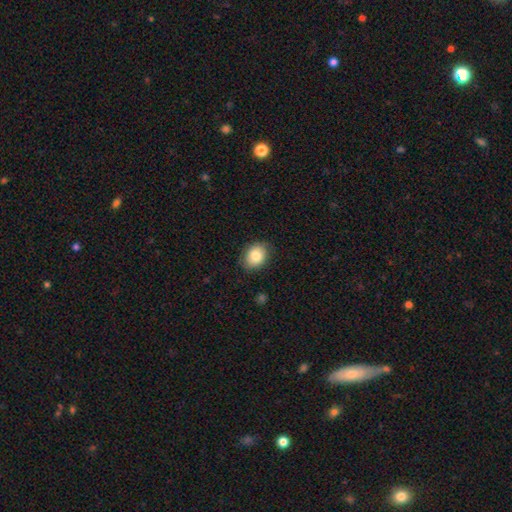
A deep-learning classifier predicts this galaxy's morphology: type=smooth (83%); roundness=in between (62%); merging=none (82%).